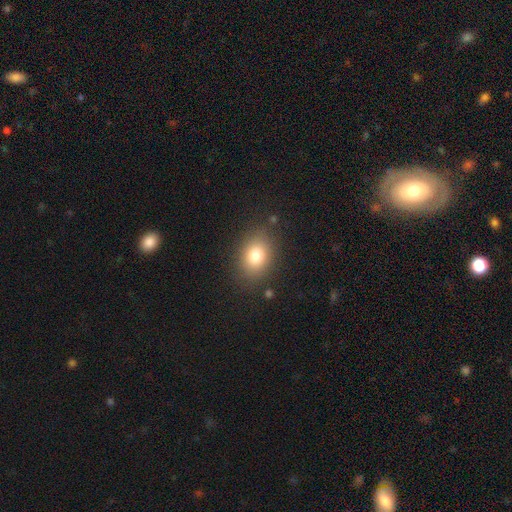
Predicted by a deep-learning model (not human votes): smooth_or_featured: smooth (p=0.81) [alt: star or artifact p=0.10]
how_rounded: in between (p=0.70) [alt: round p=0.29]
merging: none (p=0.83) [alt: minor disturbance p=0.11]